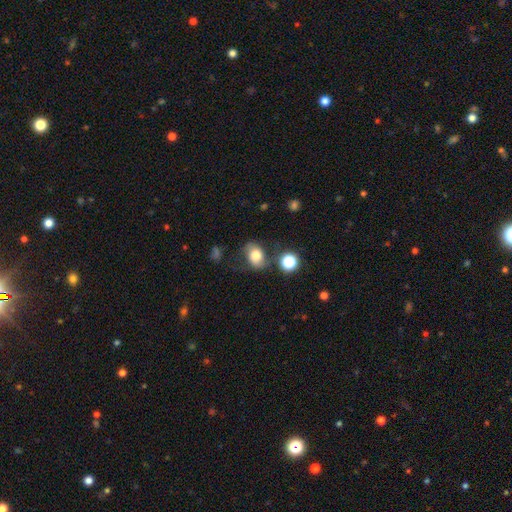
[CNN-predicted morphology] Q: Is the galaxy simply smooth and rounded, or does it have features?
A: smooth — 67%.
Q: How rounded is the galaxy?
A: in between — 64%.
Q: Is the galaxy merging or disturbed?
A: none — 61%.